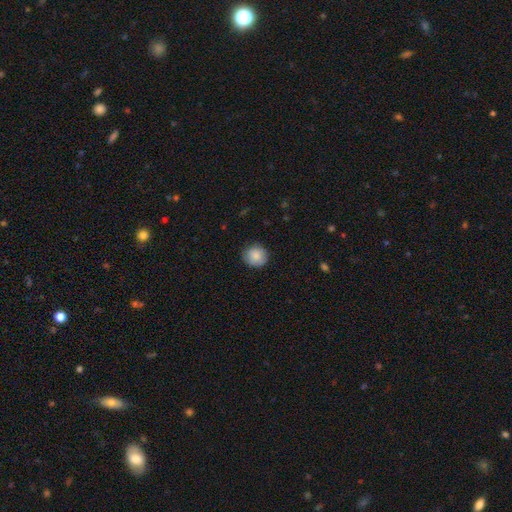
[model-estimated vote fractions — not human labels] A smooth galaxy with no disk features (85%) that is round (90%).

Vote fractions:
- Smooth or featured? smooth: 85% / star or artifact: 7% / featured or disk: 7%
- How rounded? round: 90% / in between: 9% / cigar-shaped: 1%
- Merging? none: 84% / minor disturbance: 13% / major disturbance: 2% / merger: 1%